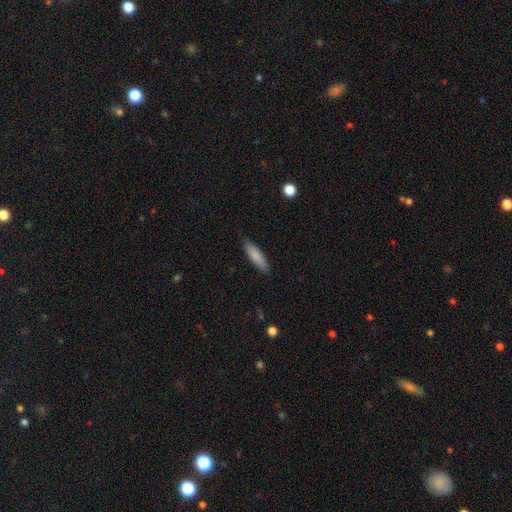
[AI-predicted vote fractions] A smooth galaxy with no disk features (84%) that is cigar-shaped (65%). Merging: none (86%).